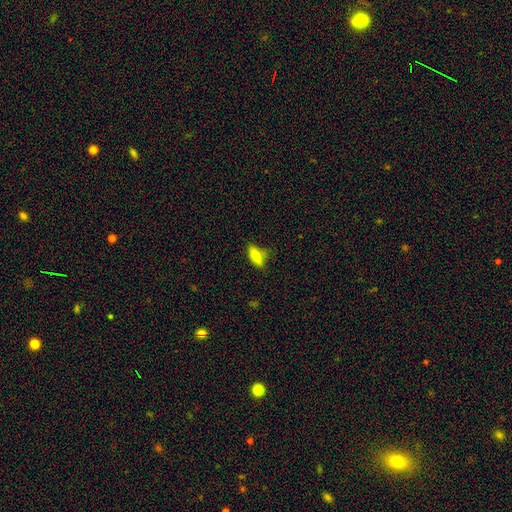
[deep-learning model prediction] Smooth or featured? Predicted: smooth (p=0.74). How rounded? Predicted: in between (p=0.73). Merging? Predicted: none (p=0.70).